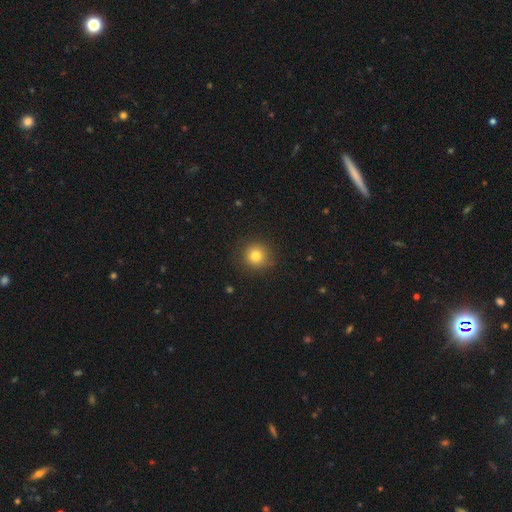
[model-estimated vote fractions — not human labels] Overall: smooth (81%). How rounded: round (93%). Merging: none (88%).